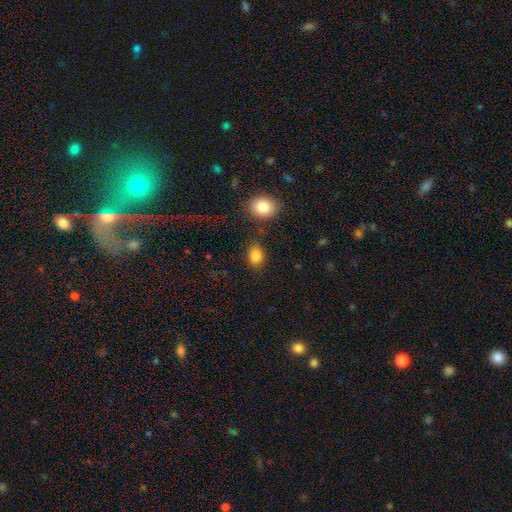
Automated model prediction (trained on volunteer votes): Morphology: type=smooth (86%); roundness=in between (72%); merging=none (78%).